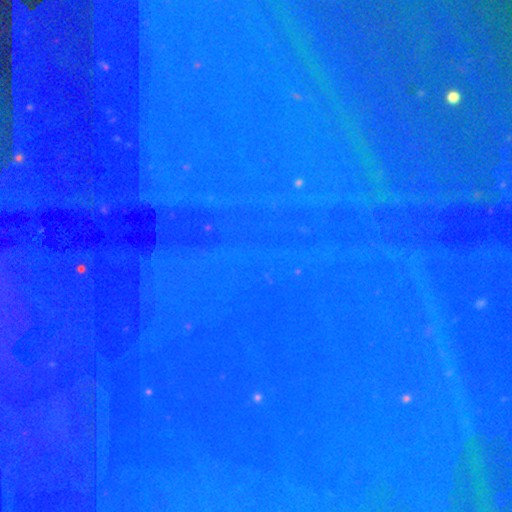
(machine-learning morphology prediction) Q: Smooth or featured?
A: star or artifact (81%); runner-up: smooth (10%)